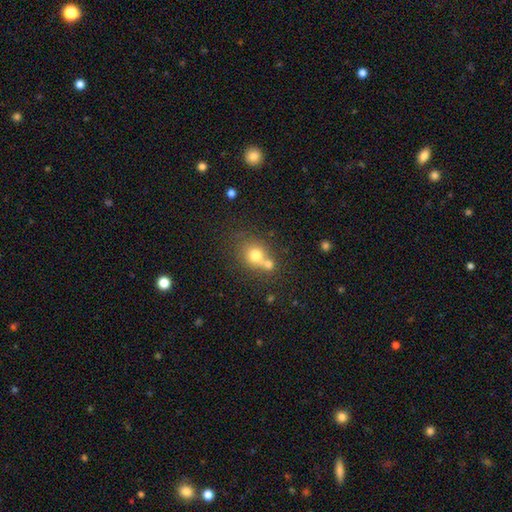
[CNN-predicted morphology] Overall: smooth (70%). How rounded: round (73%). Merging: merger (46%; none 39%).